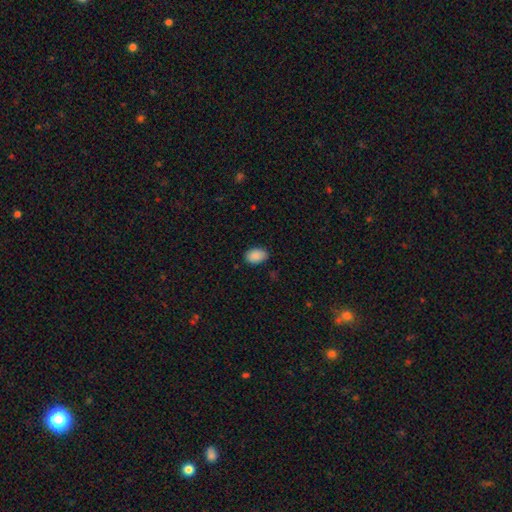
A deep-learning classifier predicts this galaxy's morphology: Smooth or featured: smooth — 90% (star or artifact — 7%)
How rounded: in between — 86% (round — 12%)
Merging: none — 85% (minor disturbance — 11%)